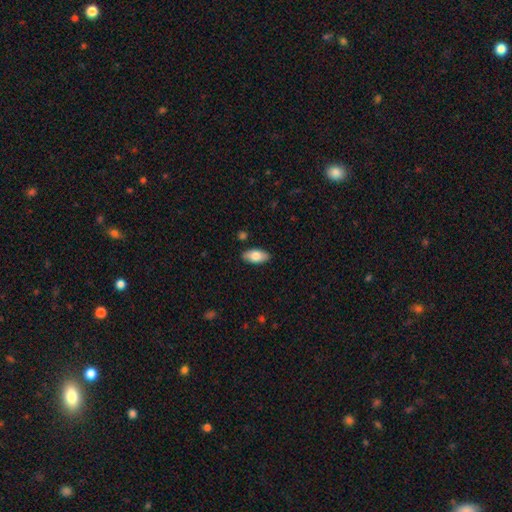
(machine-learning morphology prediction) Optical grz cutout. It shows a smooth galaxy with no disk features (79%) that is in between round and cigar-shaped (92%). Merging: none (87%).